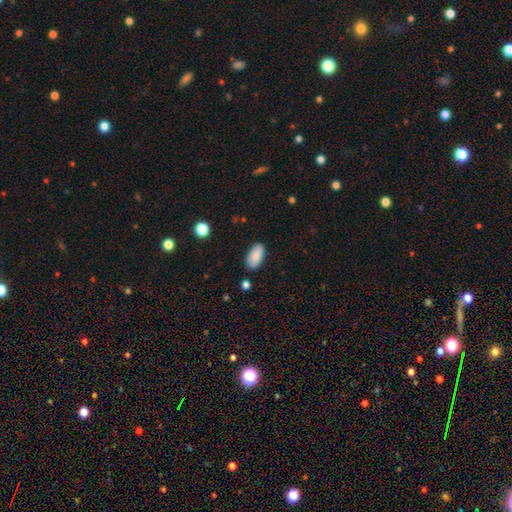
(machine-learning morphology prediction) Overall: smooth (83%). How rounded: in between (93%). Merging: none (84%).